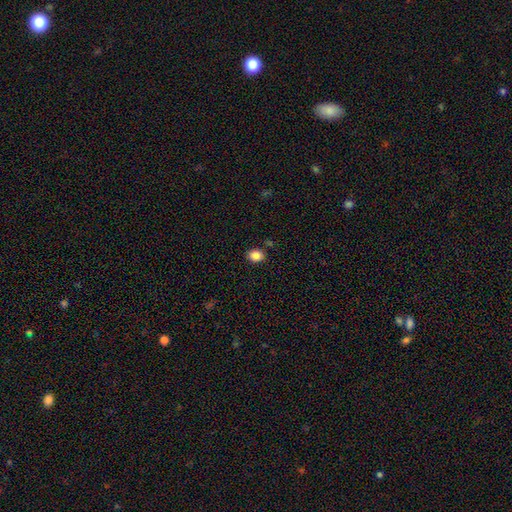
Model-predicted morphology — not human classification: A smooth galaxy with no disk features (87%) that is in between round and cigar-shaped (54%). Merging: none (85%).